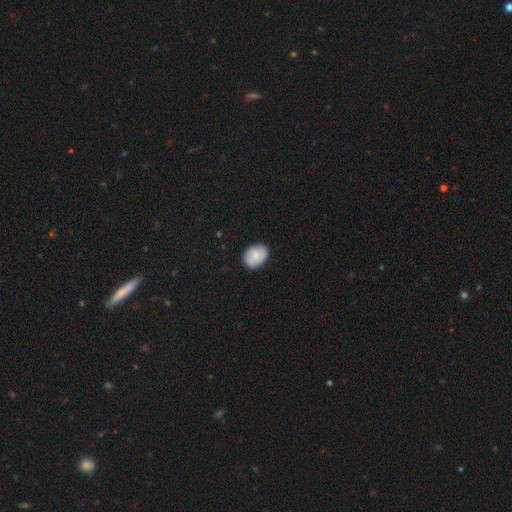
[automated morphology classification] Q: Smooth or featured?
A: smooth (74%); runner-up: featured or disk (19%)
Q: How rounded?
A: in between (66%); runner-up: round (33%)
Q: Merging?
A: none (83%); runner-up: minor disturbance (14%)